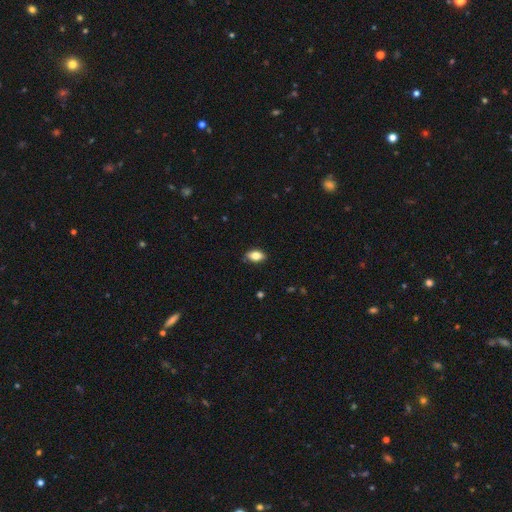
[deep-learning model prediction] A smooth galaxy with no disk features (83%) that is in between round and cigar-shaped (89%).

Vote fractions:
- Smooth or featured? smooth: 83% / featured or disk: 10% / star or artifact: 8%
- How rounded? in between: 89% / round: 7% / cigar-shaped: 3%
- Merging? none: 83% / minor disturbance: 14% / major disturbance: 2% / merger: 1%